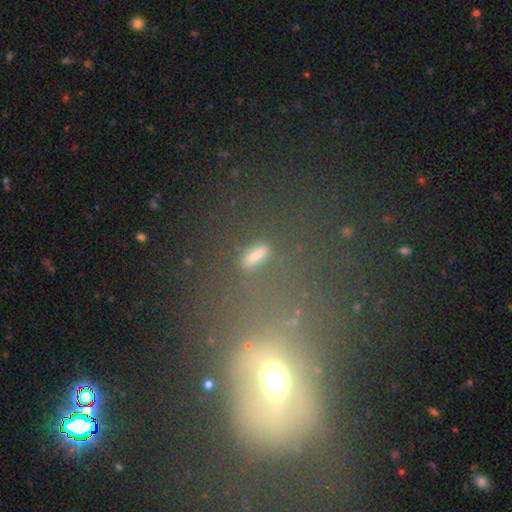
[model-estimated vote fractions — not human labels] Q: Smooth or featured?
A: smooth (42%); runner-up: star or artifact (39%)
Q: Merging?
A: none (53%); runner-up: merger (20%)